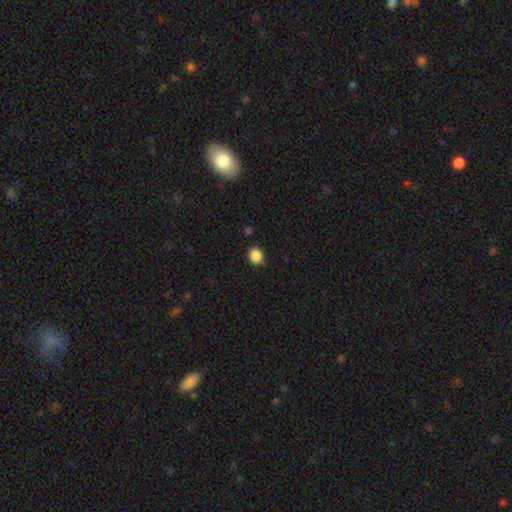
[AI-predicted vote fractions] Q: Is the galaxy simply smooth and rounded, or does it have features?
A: smooth — 88%.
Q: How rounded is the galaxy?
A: round — 68%.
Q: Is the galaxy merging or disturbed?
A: none — 87%.